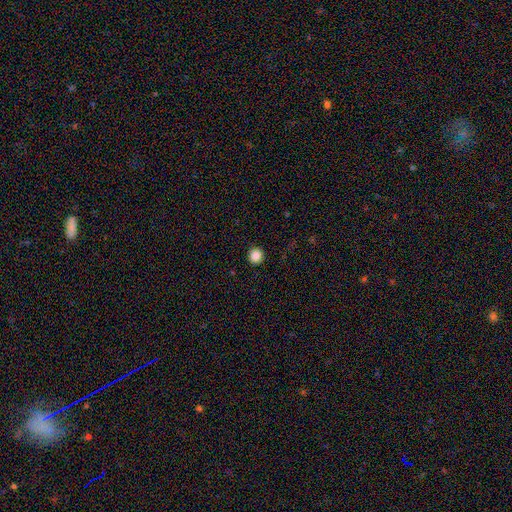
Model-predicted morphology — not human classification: Overall: smooth (87%). How rounded: round (94%). Merging: none (93%).